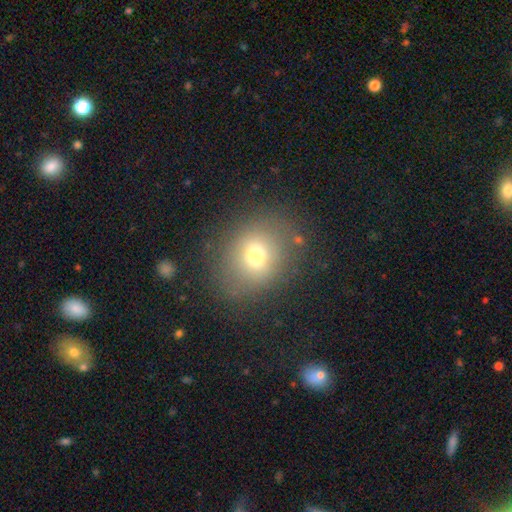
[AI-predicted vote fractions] smooth_or_featured: smooth (p=0.68) [alt: featured or disk p=0.17]
how_rounded: round (p=0.61) [alt: in between p=0.38]
merging: none (p=0.79) [alt: minor disturbance p=0.13]